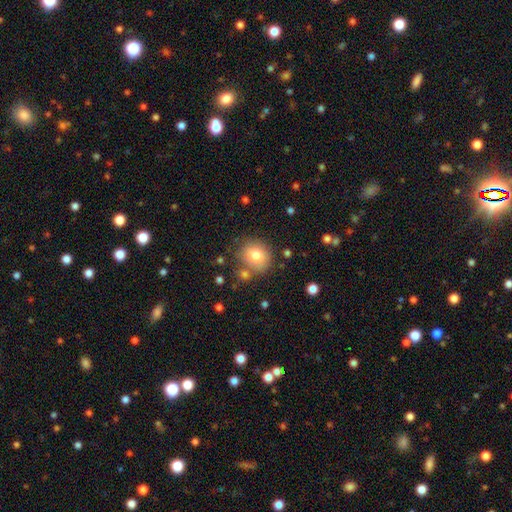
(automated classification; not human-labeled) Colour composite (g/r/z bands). It shows a smooth galaxy with no disk features (78%) that is round (83%). Merging: none (75%).